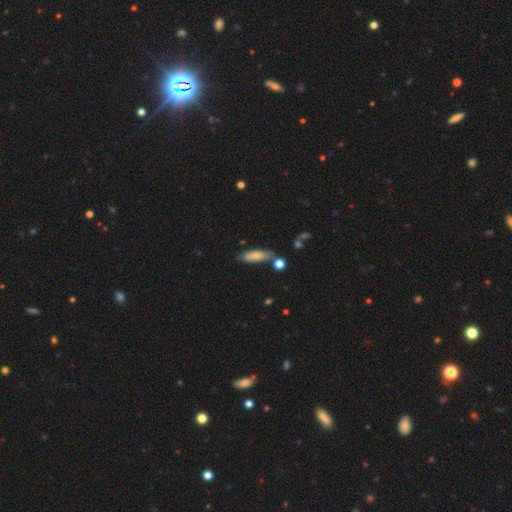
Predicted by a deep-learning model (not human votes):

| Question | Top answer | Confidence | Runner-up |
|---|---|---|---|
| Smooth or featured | smooth | 75% | featured or disk (18%) |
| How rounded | cigar-shaped | 53% | in between (45%) |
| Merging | none | 71% | minor disturbance (17%) |